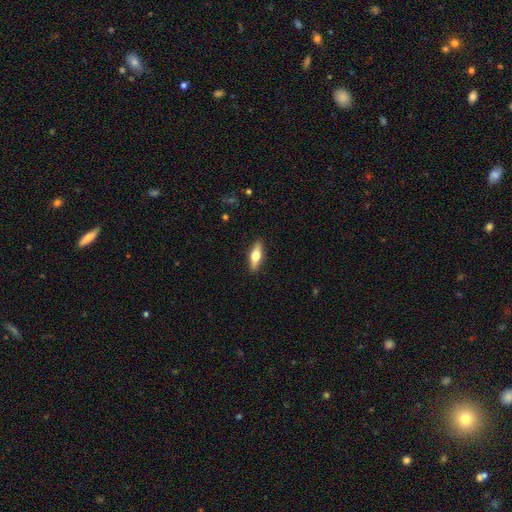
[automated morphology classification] This is possibly a smooth galaxy (55%). How rounded: possibly in between (57%). Merging: clearly none (89%).